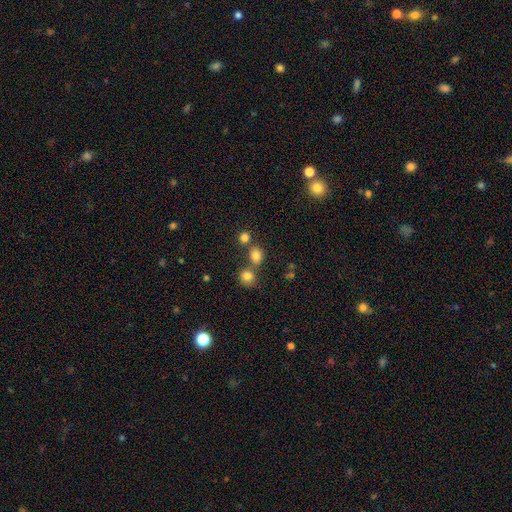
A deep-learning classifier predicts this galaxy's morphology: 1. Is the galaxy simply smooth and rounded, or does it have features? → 79% smooth, 14% star or artifact, 7% featured or disk.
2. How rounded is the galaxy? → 75% round, 24% in between, 1% cigar-shaped.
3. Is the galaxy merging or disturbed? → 60% none, 28% merger, 8% minor disturbance, 4% major disturbance.